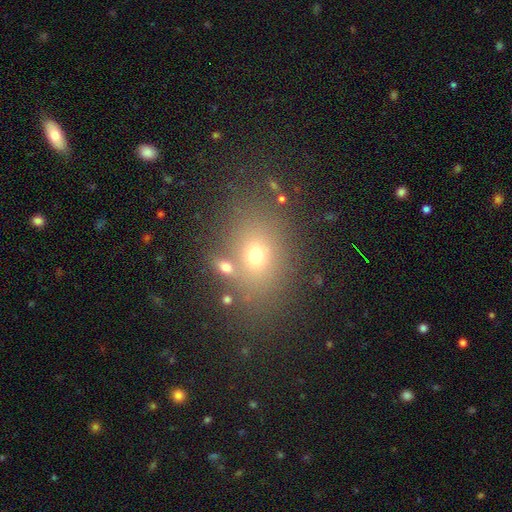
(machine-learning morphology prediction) type=smooth (64%); roundness=in between (65%); merging=none (76%).